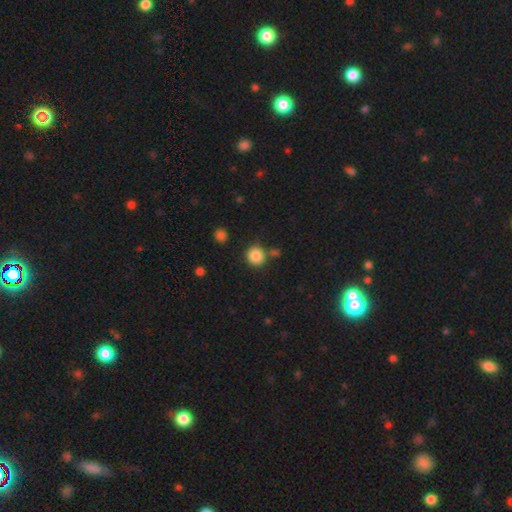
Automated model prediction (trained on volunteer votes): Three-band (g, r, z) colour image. It shows a smooth galaxy with no disk features (86%) that is round (91%). Merging: none (78%).